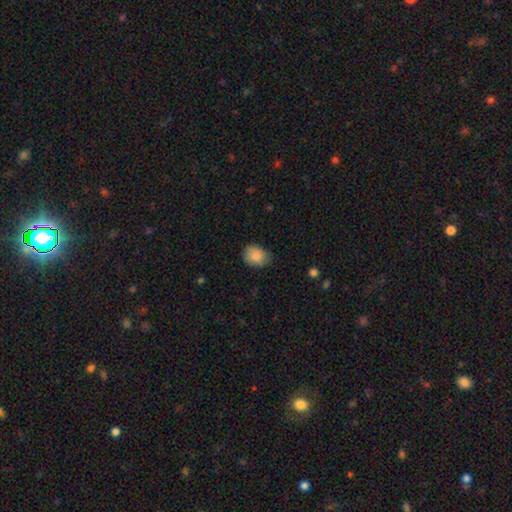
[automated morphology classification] Smooth or featured? Predicted: smooth (p=0.85). How rounded? Predicted: in between (p=0.57). Merging? Predicted: none (p=0.72).